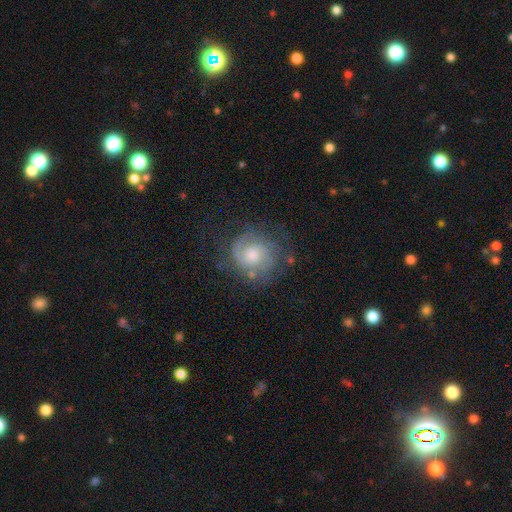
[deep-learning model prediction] This appears to be a featured or disk galaxy (76%) with no bar (64%), 2 (62%) tight (53%) spiral arms (93%) and a moderate central bulge (53%). Merging: none (72%).